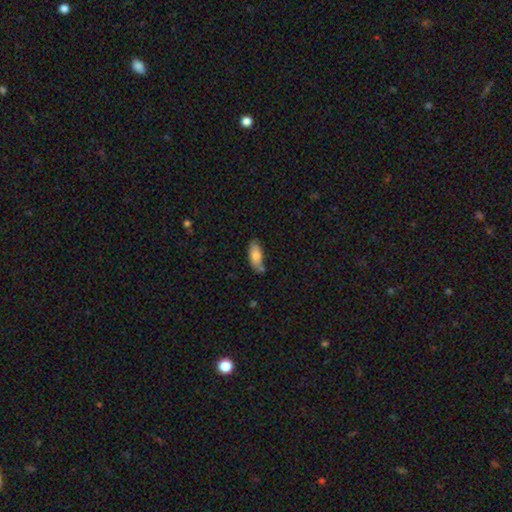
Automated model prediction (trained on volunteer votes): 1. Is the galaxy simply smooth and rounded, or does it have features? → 78% smooth, 16% featured or disk, 7% star or artifact.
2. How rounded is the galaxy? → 83% in between, 15% cigar-shaped, 2% round.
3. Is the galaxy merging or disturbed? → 67% none, 20% minor disturbance, 9% merger, 4% major disturbance.